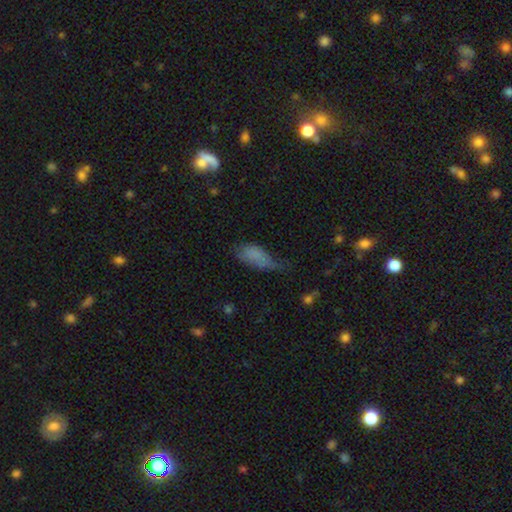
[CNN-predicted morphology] Q: Smooth or featured?
A: smooth (74%); runner-up: featured or disk (15%)
Q: How rounded?
A: in between (83%); runner-up: cigar-shaped (13%)
Q: Merging?
A: minor disturbance (38%); runner-up: major disturbance (29%)